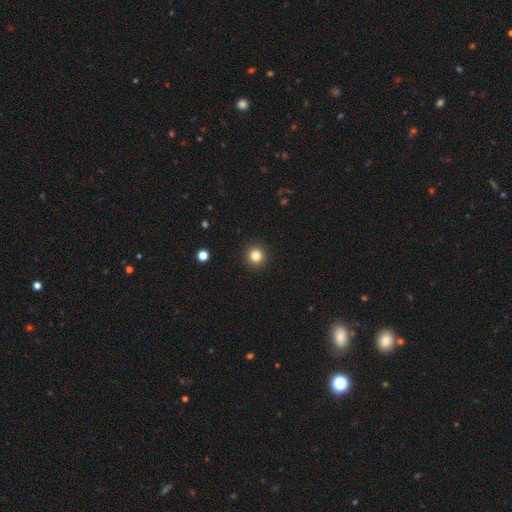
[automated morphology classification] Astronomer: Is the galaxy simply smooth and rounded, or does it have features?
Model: smooth — 83%.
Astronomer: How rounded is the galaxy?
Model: round — 95%.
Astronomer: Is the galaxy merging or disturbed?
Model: none — 93%.